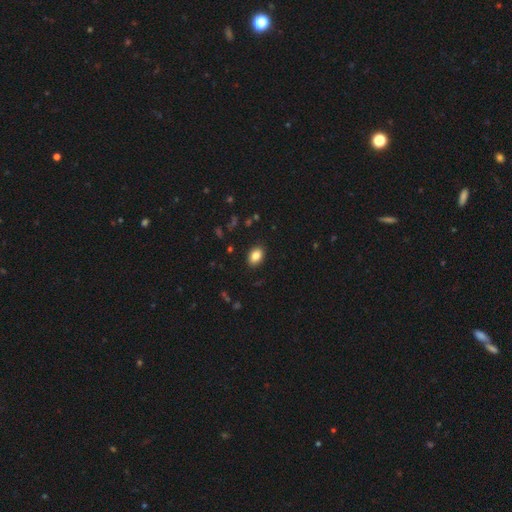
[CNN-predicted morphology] smooth 86%, star or artifact 8%, featured or disk 6%. Down the decision tree: how rounded — in between (82%); merging — none (89%).